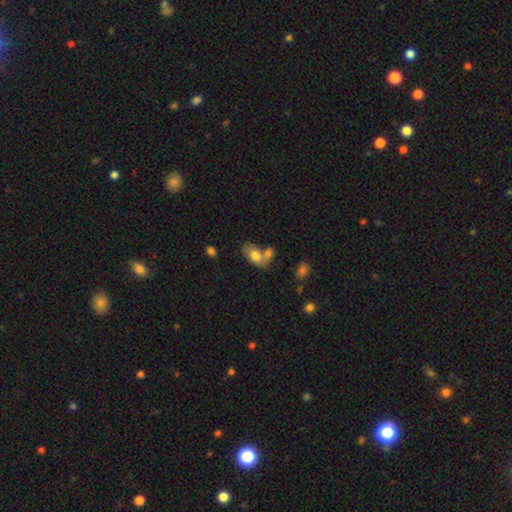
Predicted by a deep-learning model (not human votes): Smooth or featured? smooth (72%)
How rounded? in between (91%)
Merging? merger (43%)